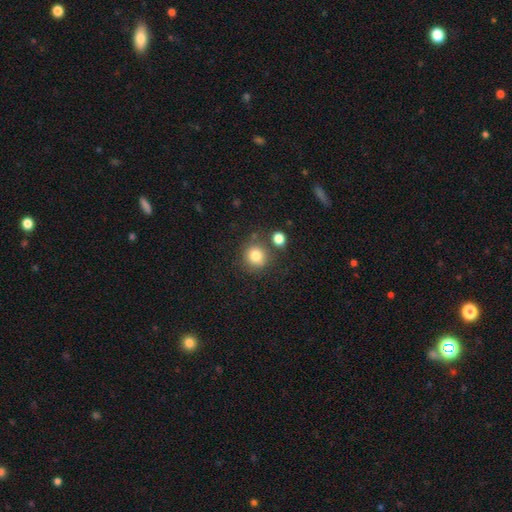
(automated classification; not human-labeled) Overall: smooth (81%). How rounded: round (90%). Merging: none (76%).